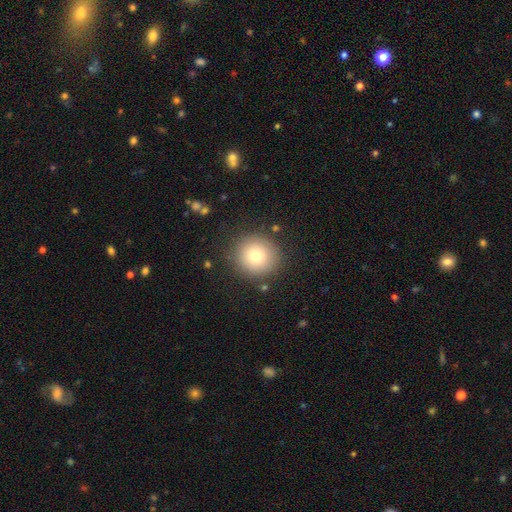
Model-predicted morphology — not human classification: A smooth galaxy with no disk features (79%) that is round (93%). Merging: none (88%).